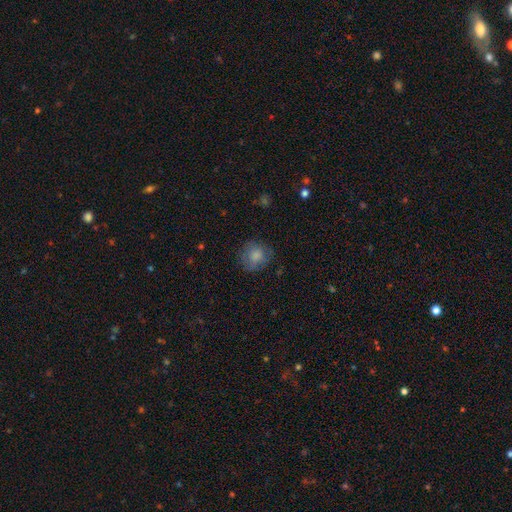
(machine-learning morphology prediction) smooth-or-featured: smooth: 80% | featured or disk: 11% | star or artifact: 9%
  how-rounded: round: 85% | in between: 14% | cigar-shaped: 1%
  merging: none: 75% | minor disturbance: 17% | major disturbance: 6% | merger: 1%